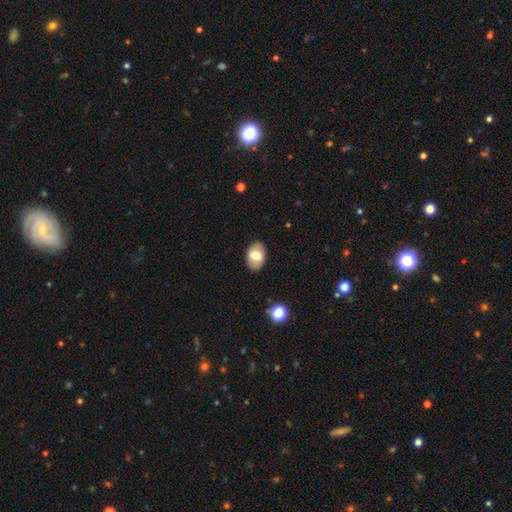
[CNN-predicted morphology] Smooth or featured? Predicted: smooth (p=0.73). How rounded? Predicted: in between (p=0.86). Merging? Predicted: none (p=0.88).